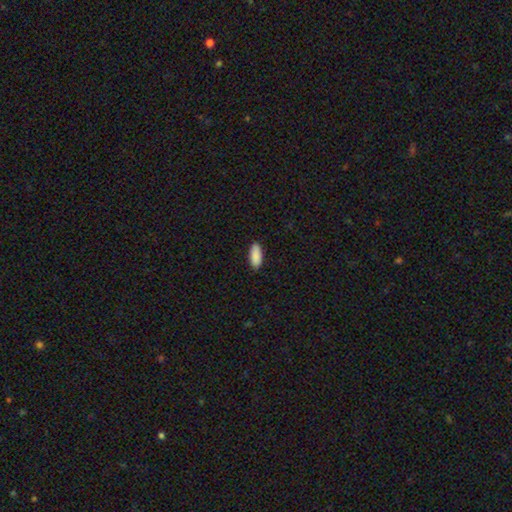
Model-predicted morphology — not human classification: Q: Smooth or featured?
A: smooth (91%); runner-up: star or artifact (6%)
Q: How rounded?
A: in between (84%); runner-up: cigar-shaped (14%)
Q: Merging?
A: none (88%); runner-up: minor disturbance (9%)